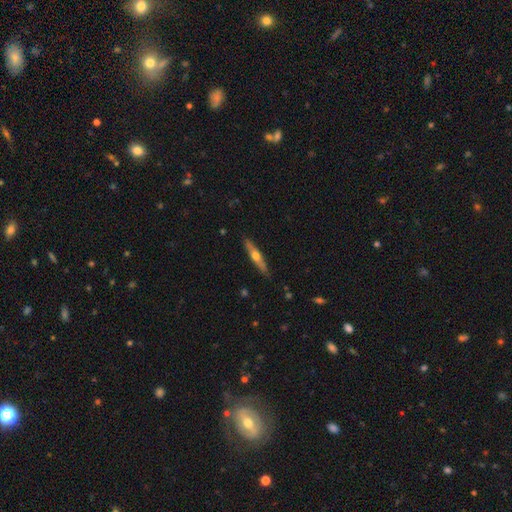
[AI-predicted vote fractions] Q: Smooth or featured?
A: featured or disk (58%); runner-up: smooth (36%)
Q: Edge-on disk?
A: yes (93%); runner-up: no (7%)
Q: Edge-on bulge?
A: rounded (91%); runner-up: none (7%)
Q: Merging?
A: none (88%); runner-up: minor disturbance (9%)